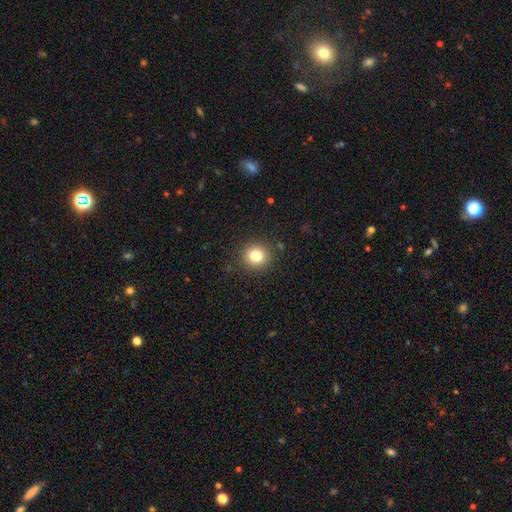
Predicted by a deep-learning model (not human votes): Q: Smooth or featured?
A: smooth (81%); runner-up: star or artifact (12%)
Q: How rounded?
A: round (89%); runner-up: in between (10%)
Q: Merging?
A: none (89%); runner-up: minor disturbance (7%)